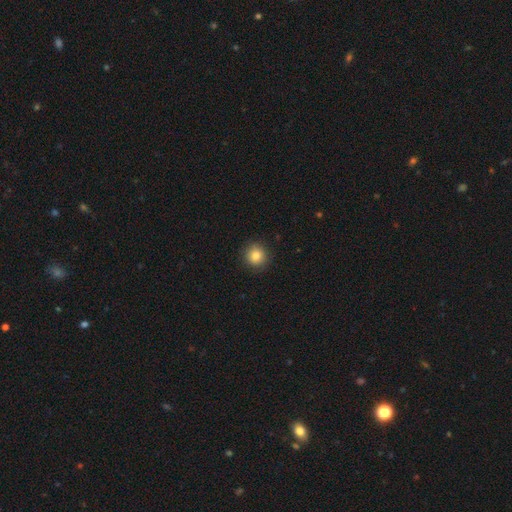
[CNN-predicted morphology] Smooth or featured?
  - smooth: 83% *
  - star or artifact: 11%
  - featured or disk: 6%
How rounded?
  - round: 92% *
  - in between: 7%
  - cigar-shaped: 1%
Merging?
  - none: 90% *
  - minor disturbance: 7%
  - major disturbance: 2%
  - merger: 1%